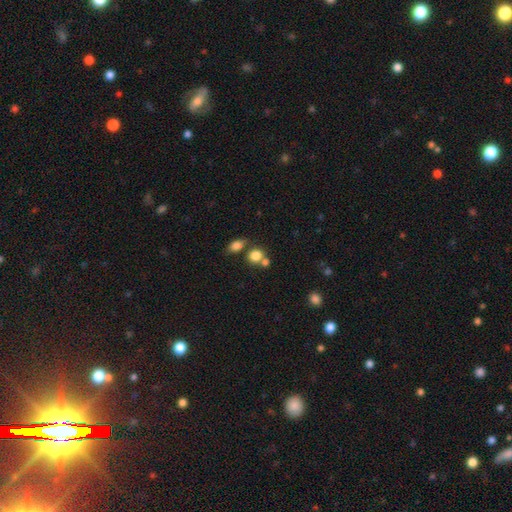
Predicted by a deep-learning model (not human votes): This is likely a smooth galaxy (80%). How rounded: likely round (68%). Merging: possibly none (52%).